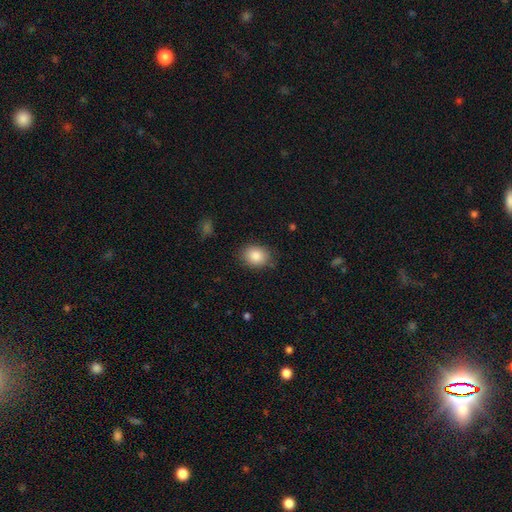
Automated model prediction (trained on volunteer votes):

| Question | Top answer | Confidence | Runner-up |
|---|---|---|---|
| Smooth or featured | smooth | 86% | star or artifact (8%) |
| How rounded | in between | 55% | round (45%) |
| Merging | none | 81% | minor disturbance (14%) |